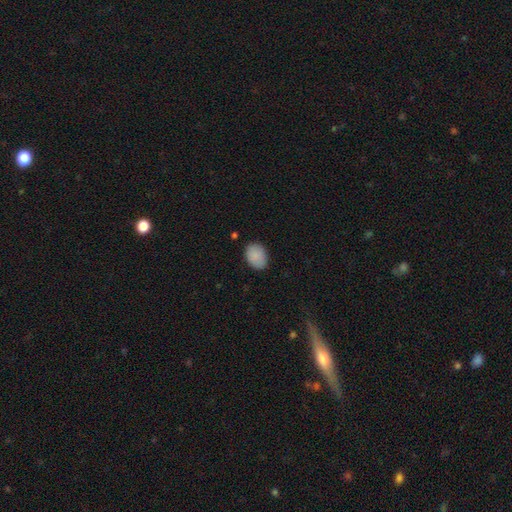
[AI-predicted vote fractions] This is clearly a smooth galaxy (89%). How rounded: likely in between (75%). Merging: clearly none (83%).